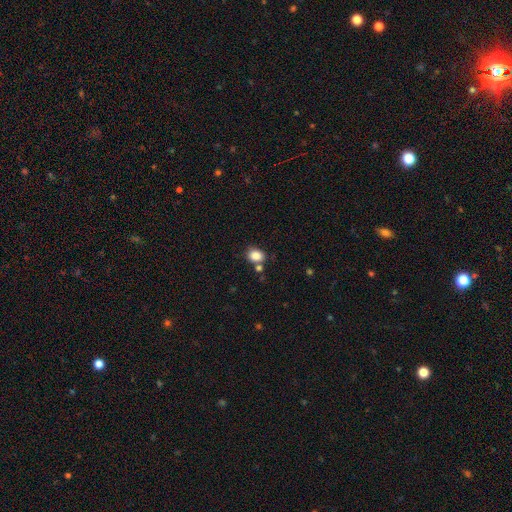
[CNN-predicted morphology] Smooth or featured?
  - smooth: 85% *
  - star or artifact: 10%
  - featured or disk: 5%
How rounded?
  - in between: 52% *
  - round: 47%
  - cigar-shaped: 1%
Merging?
  - none: 69% *
  - merger: 13%
  - minor disturbance: 13%
  - major disturbance: 4%